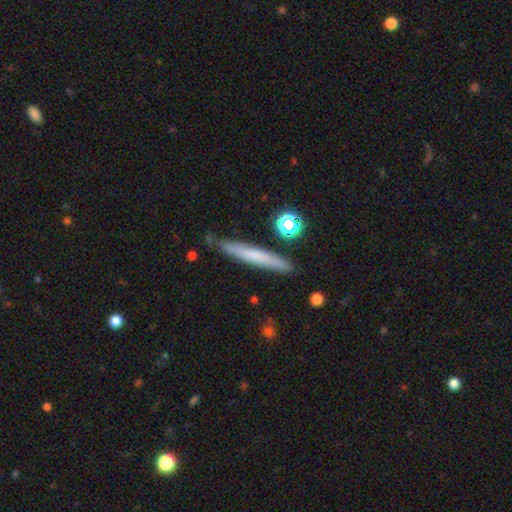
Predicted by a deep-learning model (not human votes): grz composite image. It shows a smooth galaxy with no disk features (61%) that is cigar-shaped (95%). Merging: none (84%).